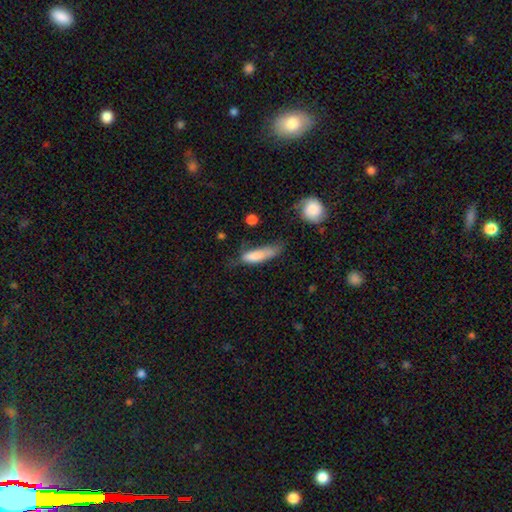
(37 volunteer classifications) This is clearly a smooth galaxy (81%). How rounded: possibly cigar-shaped (57%). Merging: marginally minor disturbance (40%).